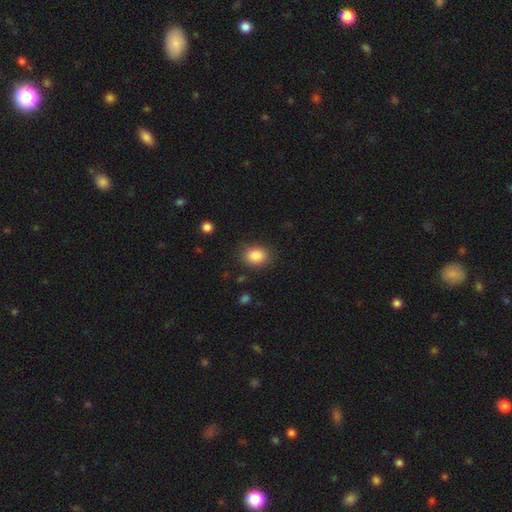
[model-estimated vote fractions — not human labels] Morphology: type=smooth (86%); roundness=in between (55%); merging=none (84%).